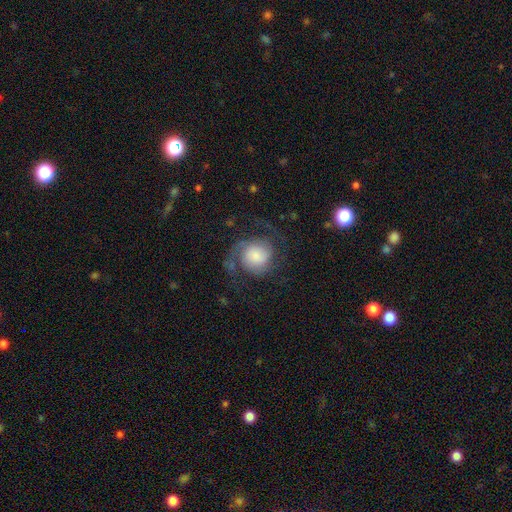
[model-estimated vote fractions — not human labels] Q: Smooth or featured?
A: featured or disk (72%); runner-up: smooth (20%)
Q: Edge-on disk?
A: no (98%); runner-up: yes (2%)
Q: Bar?
A: no (69%); runner-up: weak (26%)
Q: Spiral arms?
A: yes (95%); runner-up: no (5%)
Q: Spiral winding?
A: medium (48%); runner-up: loose (30%)
Q: Spiral arm count?
A: 2 (73%); runner-up: 3 (10%)
Q: Bulge size?
A: large (34%); runner-up: small (21%)
Q: Merging?
A: none (64%); runner-up: major disturbance (18%)